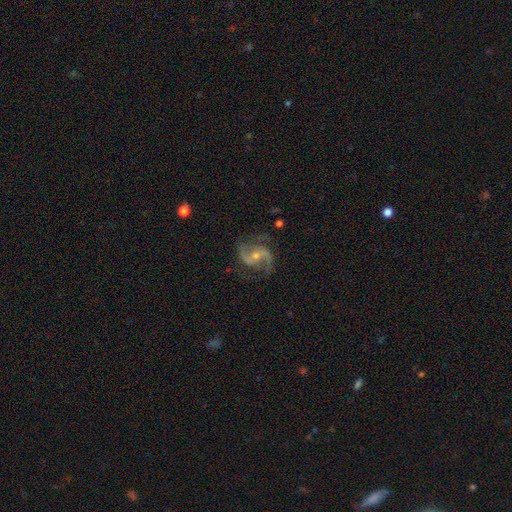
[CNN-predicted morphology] type=featured or disk (89%); edge-on=no (98%); bar=no (44%); spiral arms=yes (98%); winding=medium (49%); arm count=2 (89%); bulge=small (56%); merging=none (78%).